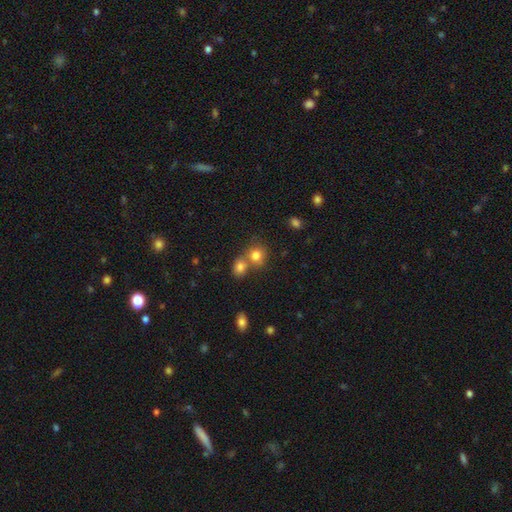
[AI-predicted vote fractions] Smooth or featured: smooth — 80% (star or artifact — 11%)
How rounded: round — 74% (in between — 25%)
Merging: none — 45% (merger — 43%)